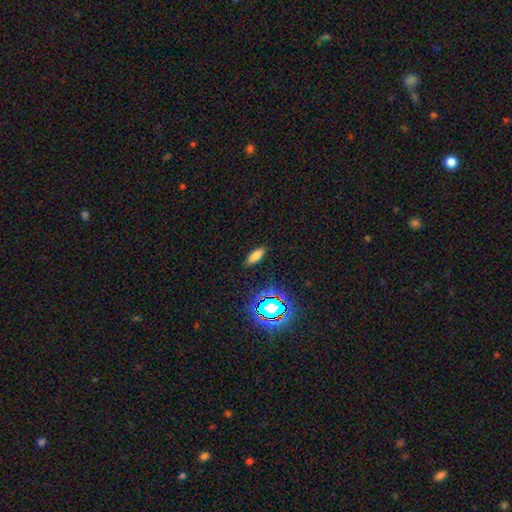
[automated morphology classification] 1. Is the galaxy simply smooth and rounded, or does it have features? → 75% smooth, 17% star or artifact, 8% featured or disk.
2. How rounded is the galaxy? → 72% in between, 25% cigar-shaped, 3% round.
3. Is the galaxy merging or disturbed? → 87% none, 9% minor disturbance, 3% major disturbance, 1% merger.